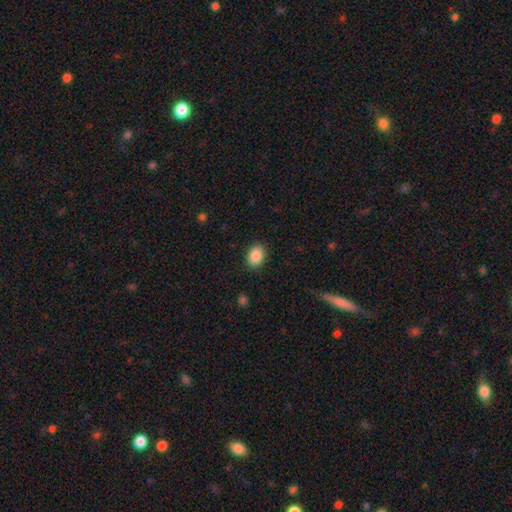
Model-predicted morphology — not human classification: smooth_or_featured: smooth (p=0.89) [alt: star or artifact p=0.08]
how_rounded: in between (p=0.65) [alt: round p=0.34]
merging: none (p=0.88) [alt: minor disturbance p=0.08]